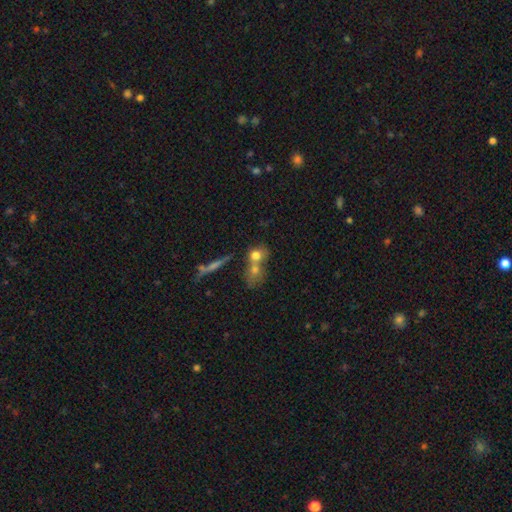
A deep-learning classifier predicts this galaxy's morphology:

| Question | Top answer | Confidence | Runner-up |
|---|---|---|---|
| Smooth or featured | smooth | 70% | featured or disk (19%) |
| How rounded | round | 61% | in between (33%) |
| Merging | merger | 57% | none (29%) |